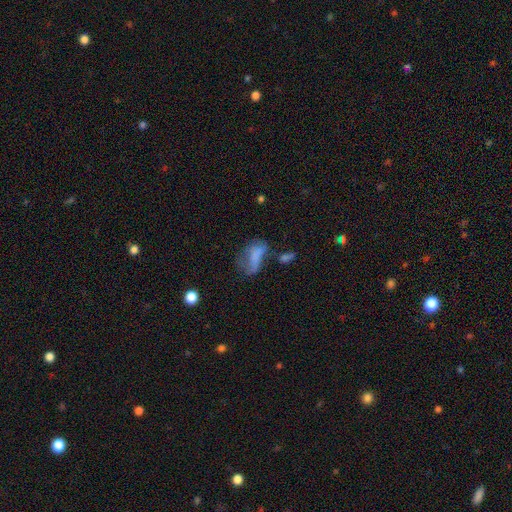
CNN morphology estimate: A smooth galaxy with no disk features (56%) that is in between round and cigar-shaped (82%).

Vote fractions:
- Smooth or featured? smooth: 56% / featured or disk: 30% / star or artifact: 14%
- How rounded? in between: 82% / cigar-shaped: 10% / round: 7%
- Merging? major disturbance: 37% / none: 26% / minor disturbance: 21% / merger: 16%